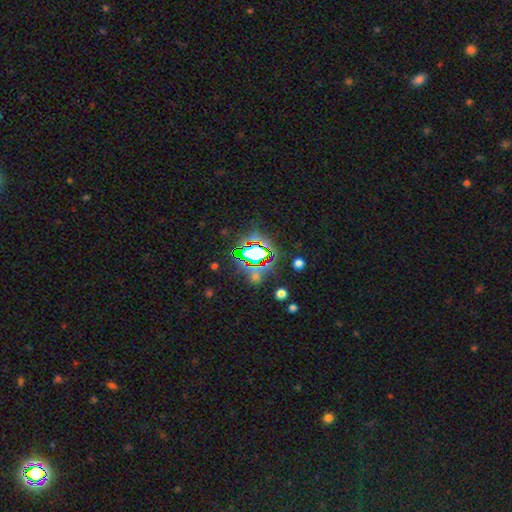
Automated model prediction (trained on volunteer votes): This is likely a star or artifact rather than a galaxy (67%).